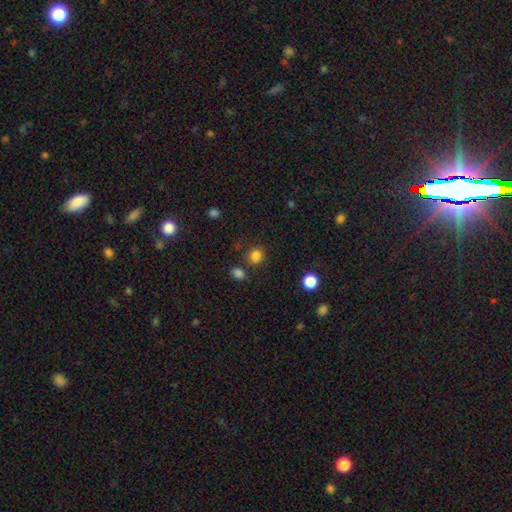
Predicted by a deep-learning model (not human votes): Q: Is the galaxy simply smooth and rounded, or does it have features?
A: smooth — 83%.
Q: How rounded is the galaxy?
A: round — 76%.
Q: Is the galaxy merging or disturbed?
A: none — 77%.